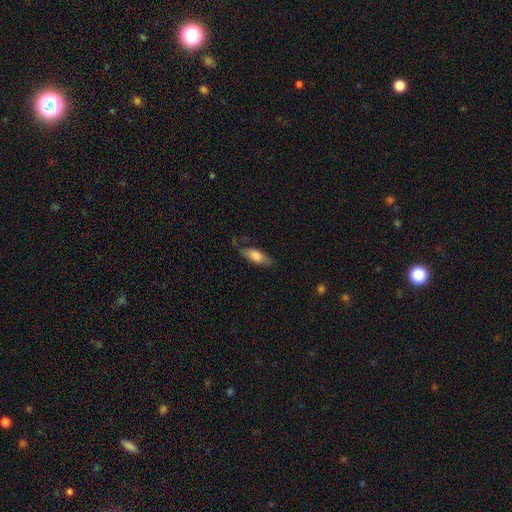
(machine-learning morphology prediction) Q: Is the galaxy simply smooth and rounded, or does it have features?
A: smooth — 69%.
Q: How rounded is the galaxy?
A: in between — 61%.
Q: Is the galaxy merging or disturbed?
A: none — 72%.